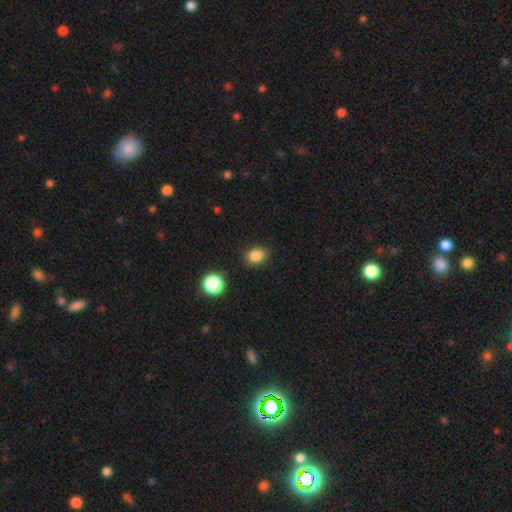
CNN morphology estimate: type=smooth (85%); roundness=in between (56%); merging=none (85%).